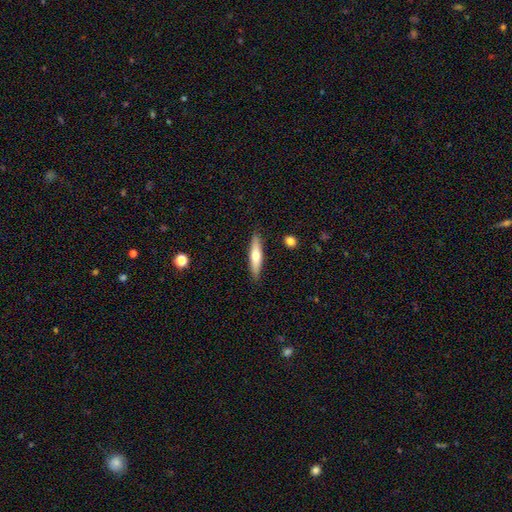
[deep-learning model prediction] This appears to be a smooth galaxy with no disk features (54%) that is cigar-shaped (80%). Merging: none (89%).